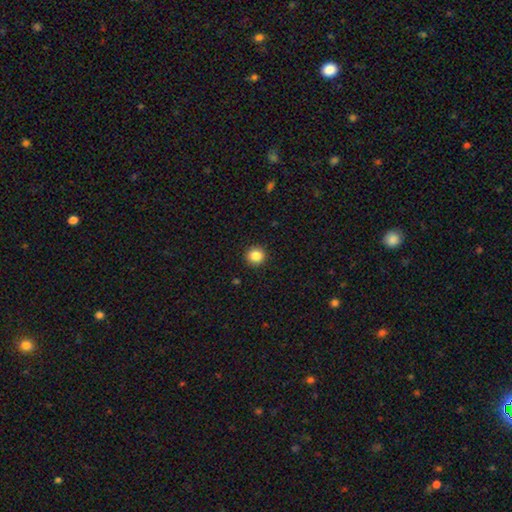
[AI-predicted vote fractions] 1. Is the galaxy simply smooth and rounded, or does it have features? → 85% smooth, 10% star or artifact, 4% featured or disk.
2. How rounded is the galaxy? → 91% round, 8% in between, 1% cigar-shaped.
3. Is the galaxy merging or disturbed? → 92% none, 5% minor disturbance, 2% major disturbance, 1% merger.